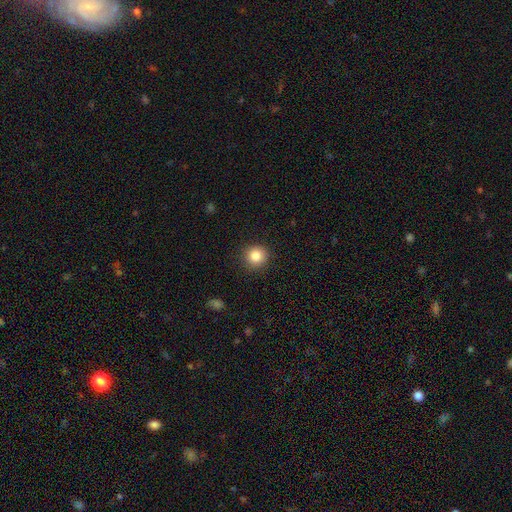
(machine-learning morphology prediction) This appears to be a smooth galaxy with no disk features (84%) that is round (94%). Merging: none (91%).